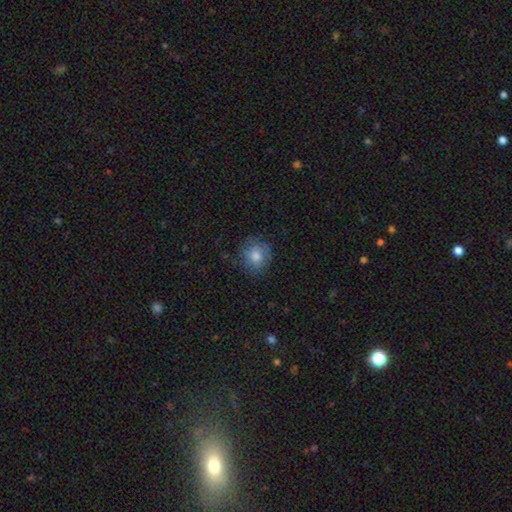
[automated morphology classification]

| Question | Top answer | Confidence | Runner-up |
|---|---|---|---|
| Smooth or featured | smooth | 75% | featured or disk (14%) |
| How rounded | round | 86% | in between (13%) |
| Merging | none | 78% | minor disturbance (16%) |